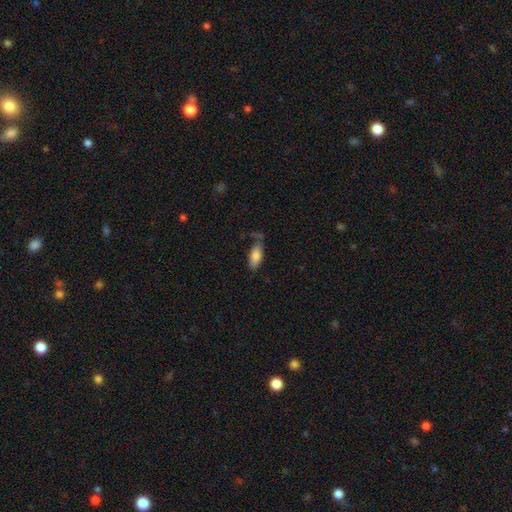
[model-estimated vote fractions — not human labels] smooth 82%, featured or disk 12%, star or artifact 7%. Down the decision tree: how rounded — in between (82%); merging — none (62%).